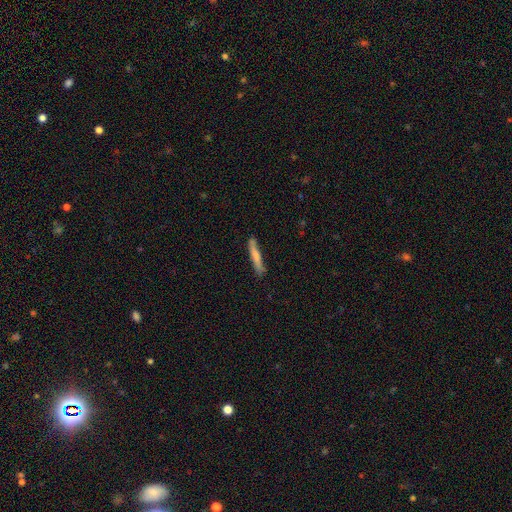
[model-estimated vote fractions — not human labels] Q: Smooth or featured?
A: smooth (69%); runner-up: featured or disk (25%)
Q: How rounded?
A: cigar-shaped (94%); runner-up: in between (5%)
Q: Merging?
A: none (77%); runner-up: minor disturbance (17%)